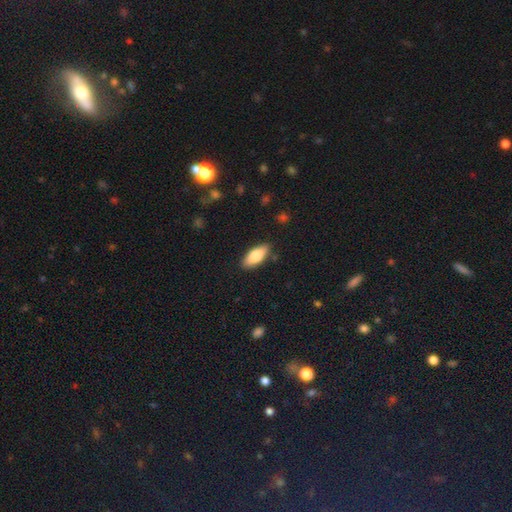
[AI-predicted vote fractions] This appears to be a smooth galaxy with no disk features (78%) that is in between round and cigar-shaped (83%). Merging: none (87%).